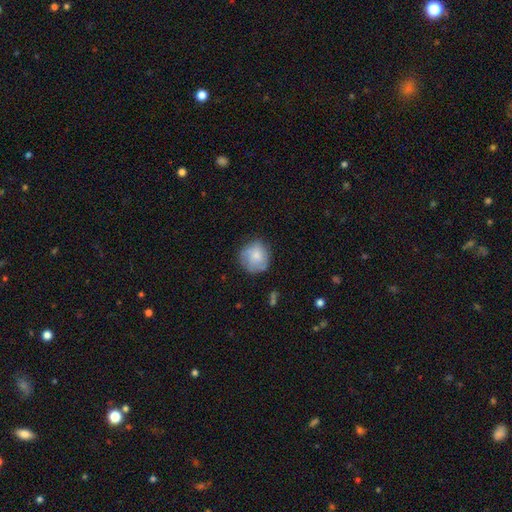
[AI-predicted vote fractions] smooth-or-featured: smooth: 67% | featured or disk: 26% | star or artifact: 7%
  how-rounded: round: 88% | in between: 11% | cigar-shaped: 1%
  merging: none: 69% | minor disturbance: 22% | major disturbance: 7% | merger: 2%